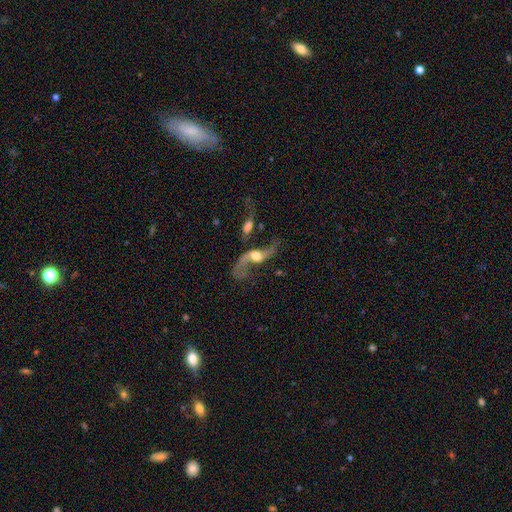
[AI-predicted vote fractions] smooth_or_featured: featured or disk (p=0.83) [alt: smooth p=0.10]
disk_edge_on: no (p=0.89) [alt: yes p=0.11]
bar: no (p=0.57) [alt: weak p=0.30]
has_spiral_arms: yes (p=0.91) [alt: no p=0.09]
spiral_winding: loose (p=0.90) [alt: medium p=0.08]
spiral_arm_count: 2 (p=0.90) [alt: 1 p=0.05]
bulge_size: moderate (p=0.61) [alt: large p=0.18]
merging: none (p=0.43) [alt: merger p=0.21]